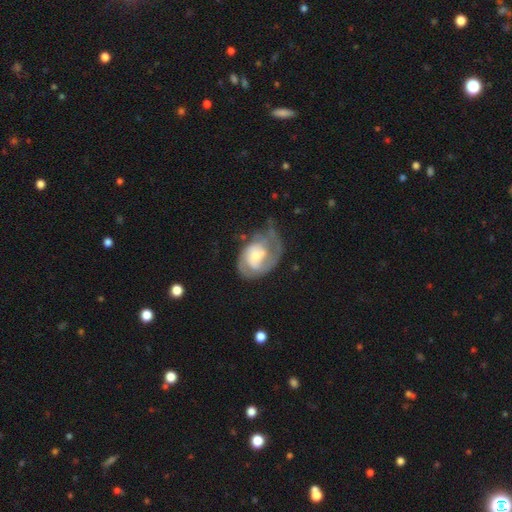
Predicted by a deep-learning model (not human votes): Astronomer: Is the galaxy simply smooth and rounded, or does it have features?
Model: featured or disk — 74%.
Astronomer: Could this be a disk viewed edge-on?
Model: no — 97%.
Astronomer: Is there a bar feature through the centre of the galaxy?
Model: no — 67%.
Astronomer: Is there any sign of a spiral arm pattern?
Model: yes — 87%.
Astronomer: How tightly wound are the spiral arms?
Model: tight — 46% (runner-up: medium, 37%).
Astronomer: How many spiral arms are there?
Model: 2 — 41% (runner-up: can't tell, 25%).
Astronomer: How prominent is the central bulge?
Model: moderate — 46% (runner-up: small, 38%).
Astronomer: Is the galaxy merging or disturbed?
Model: major disturbance — 36% (runner-up: none, 33%).